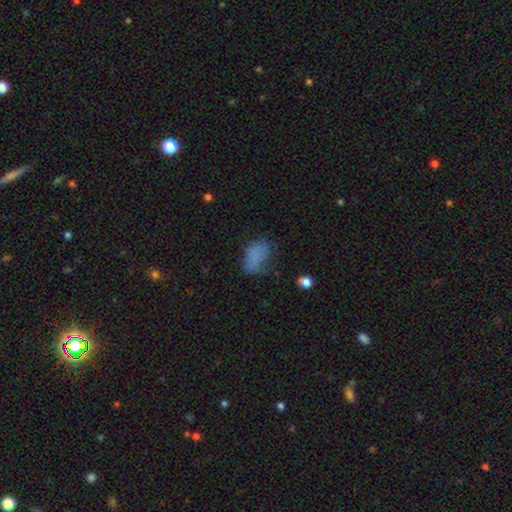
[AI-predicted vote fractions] Smooth or featured? smooth (75%)
How rounded? in between (88%)
Merging? none (47%)